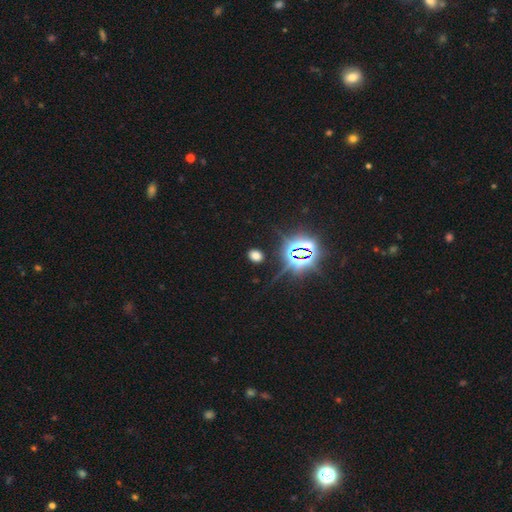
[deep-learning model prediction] Smooth or featured?
  - smooth: 60% *
  - star or artifact: 33%
  - featured or disk: 7%
How rounded?
  - in between: 65% *
  - round: 33%
  - cigar-shaped: 2%
Merging?
  - none: 86% *
  - minor disturbance: 8%
  - major disturbance: 4%
  - merger: 2%